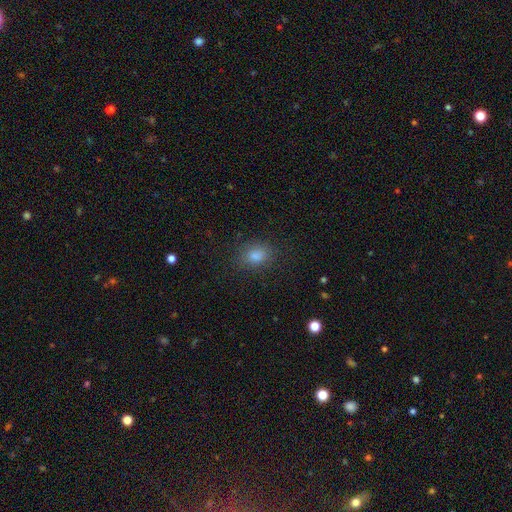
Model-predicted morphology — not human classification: The model was most divided on "how rounded": in between: 58%, round: 40%, cigar-shaped: 1%. More confident: merging — none (85%); smooth or featured — smooth (80%).